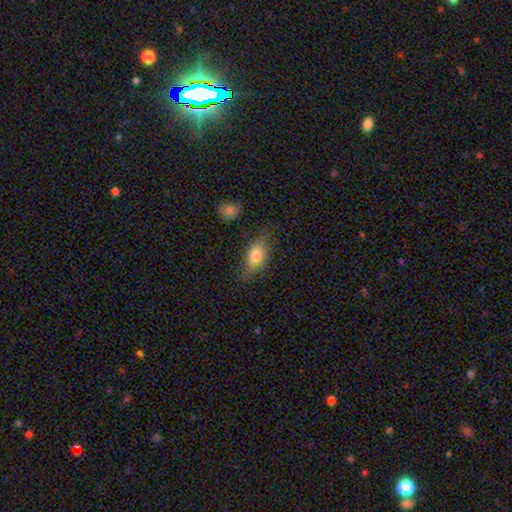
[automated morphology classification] type=smooth (71%); roundness=in between (84%); merging=none (66%).